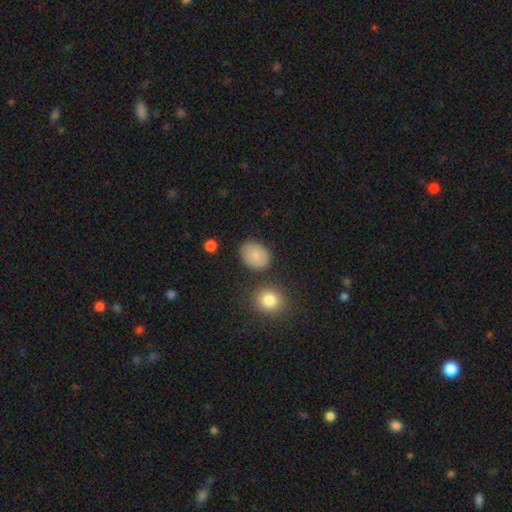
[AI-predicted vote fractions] This appears to be a smooth galaxy with no disk features (84%) that is in between round and cigar-shaped (57%). Merging: none (78%).